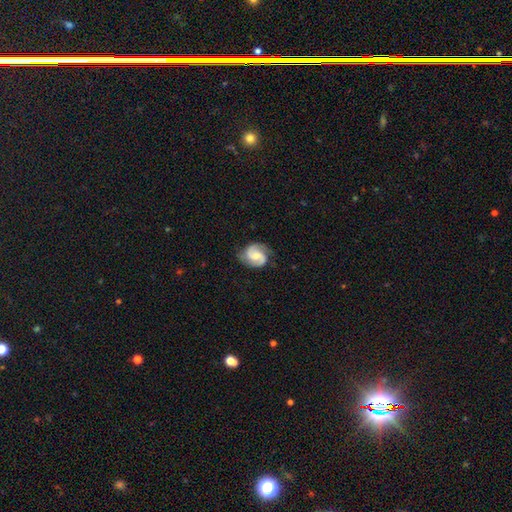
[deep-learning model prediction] Morphology: type=featured or disk (82%); edge-on=no (98%); bar=weak (45%); spiral arms=yes (97%); winding=medium (52%); arm count=2 (92%); bulge=moderate (51%); merging=none (79%).